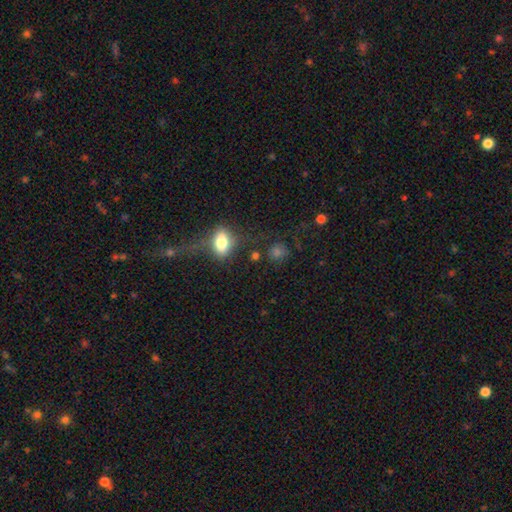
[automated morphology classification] Q: Smooth or featured?
A: smooth (58%); runner-up: featured or disk (23%)
Q: How rounded?
A: in between (50%); runner-up: round (41%)
Q: Merging?
A: none (56%); runner-up: minor disturbance (16%)